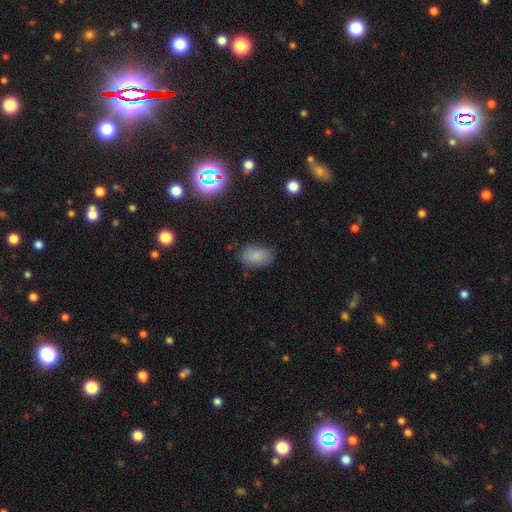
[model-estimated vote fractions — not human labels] Morphology: type=smooth (81%); roundness=in between (88%); merging=none (75%).